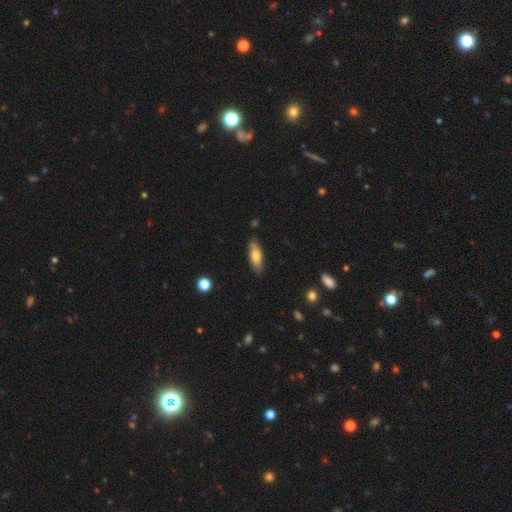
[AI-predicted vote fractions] smooth-or-featured: smooth: 67% | featured or disk: 26% | star or artifact: 7%
  how-rounded: in between: 59% | cigar-shaped: 39% | round: 2%
  merging: none: 81% | minor disturbance: 15% | major disturbance: 2% | merger: 2%